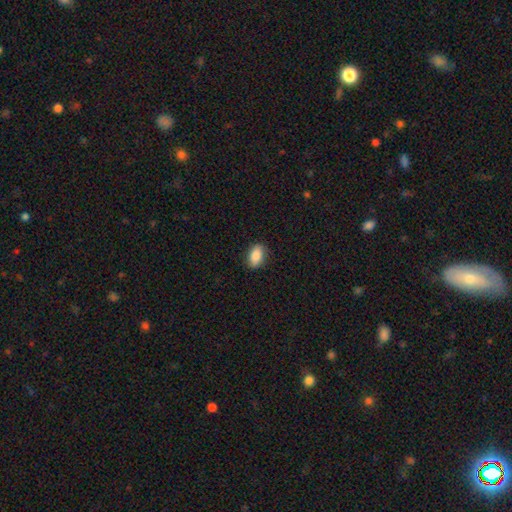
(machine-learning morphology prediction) smooth_or_featured: smooth (p=0.86) [alt: star or artifact p=0.07]
how_rounded: in between (p=0.89) [alt: round p=0.08]
merging: none (p=0.87) [alt: minor disturbance p=0.10]